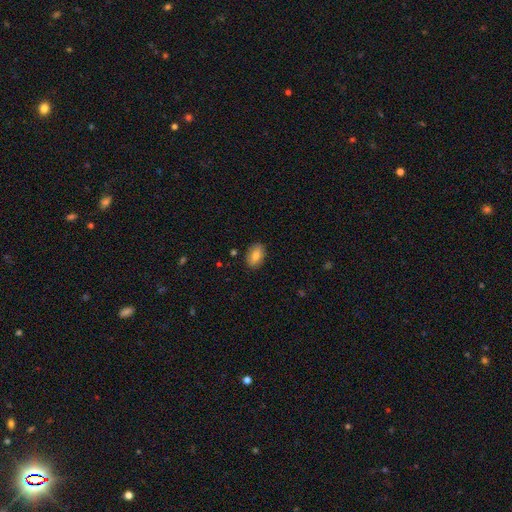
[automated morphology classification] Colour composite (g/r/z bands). It shows a smooth galaxy with no disk features (81%) that is in between round and cigar-shaped (89%). Merging: none (87%).